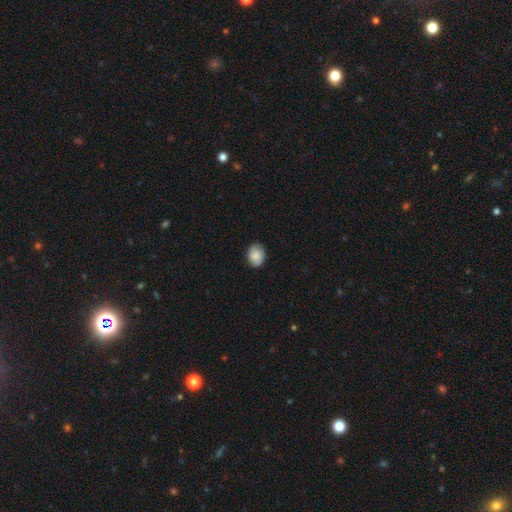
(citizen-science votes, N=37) Overall: smooth (70%). How rounded: round (58%; in between 42%). Merging: none (89%).